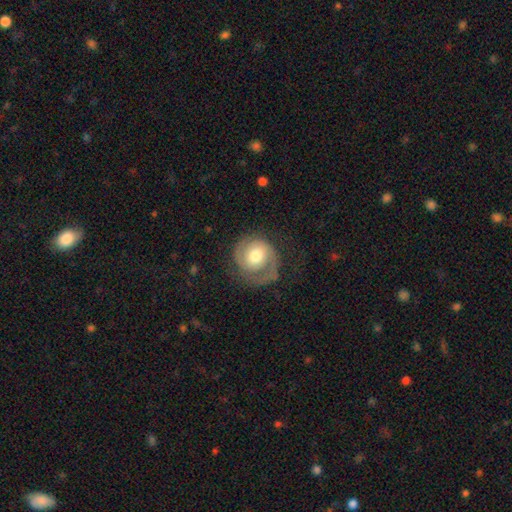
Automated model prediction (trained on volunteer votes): This appears to be a featured or disk galaxy (71%) with no bar (70%), 2 (58%) tight (48%) spiral arms (90%) and a moderate central bulge (68%). Merging: none (61%).